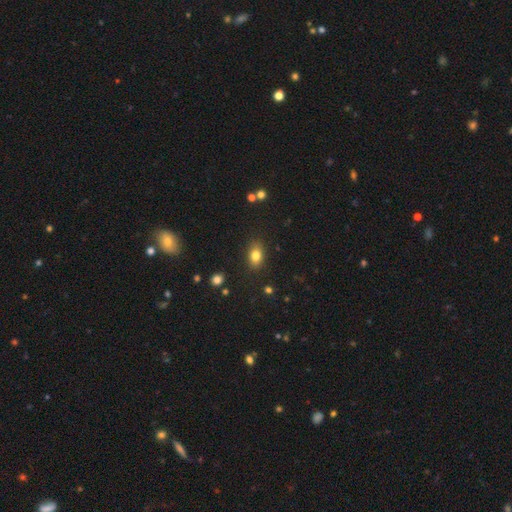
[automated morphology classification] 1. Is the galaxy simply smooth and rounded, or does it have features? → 81% smooth, 10% star or artifact, 9% featured or disk.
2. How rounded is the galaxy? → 81% in between, 17% round, 2% cigar-shaped.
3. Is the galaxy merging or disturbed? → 86% none, 10% minor disturbance, 3% major disturbance, 2% merger.